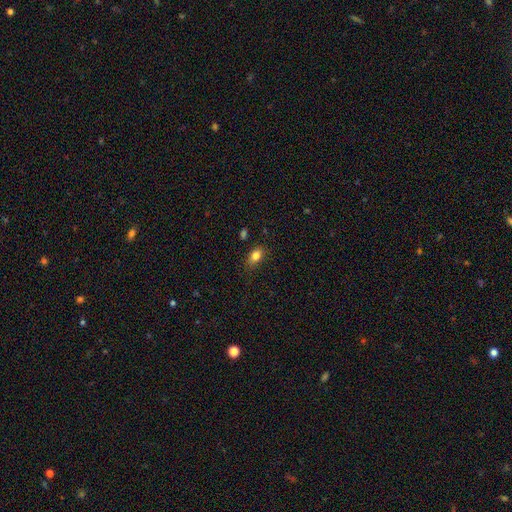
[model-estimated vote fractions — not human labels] Smooth or featured? Predicted: smooth (p=0.83). How rounded? Predicted: in between (p=0.84). Merging? Predicted: none (p=0.81).